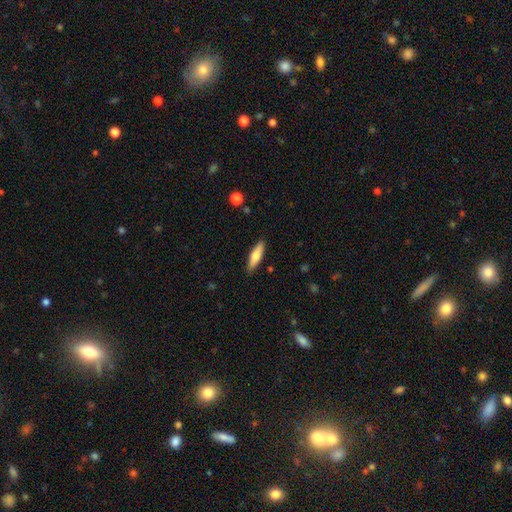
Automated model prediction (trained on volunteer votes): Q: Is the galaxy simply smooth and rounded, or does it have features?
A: smooth — 71%.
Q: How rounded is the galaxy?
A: cigar-shaped — 60%.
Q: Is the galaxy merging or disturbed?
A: none — 88%.